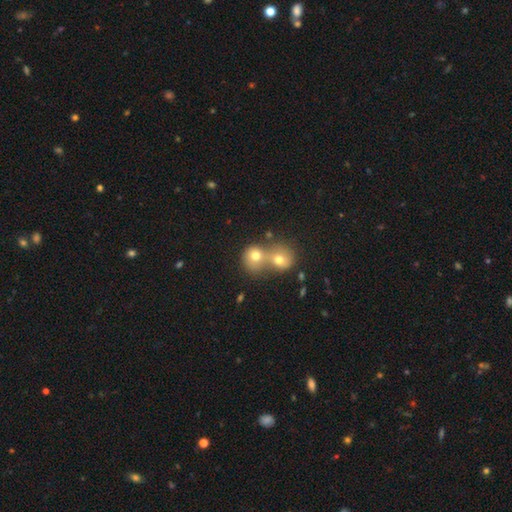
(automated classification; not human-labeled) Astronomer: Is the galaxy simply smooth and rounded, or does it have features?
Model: smooth — 73%.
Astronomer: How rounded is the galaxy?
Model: round — 77%.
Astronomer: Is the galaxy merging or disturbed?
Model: merger — 70%.